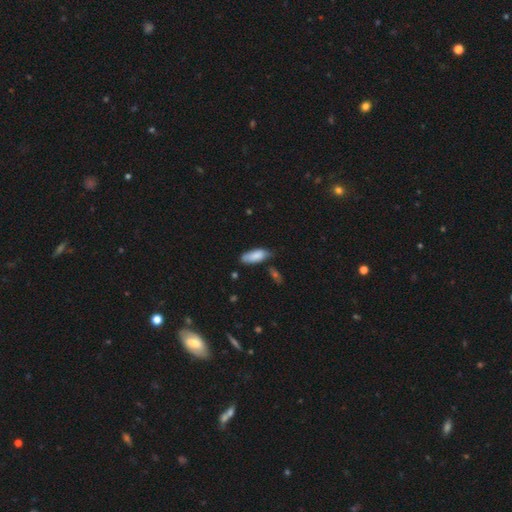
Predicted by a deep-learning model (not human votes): Overall: smooth (84%). How rounded: in between (75%). Merging: none (60%; minor disturbance 29%).